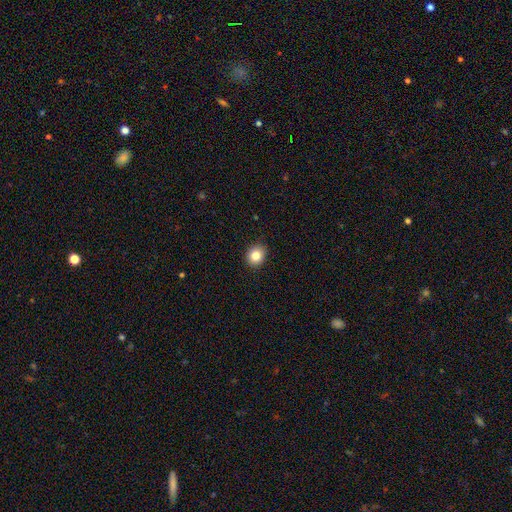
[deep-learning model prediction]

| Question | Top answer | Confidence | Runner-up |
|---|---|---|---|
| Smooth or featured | smooth | 84% | star or artifact (10%) |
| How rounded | round | 72% | in between (27%) |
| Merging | none | 90% | minor disturbance (8%) |